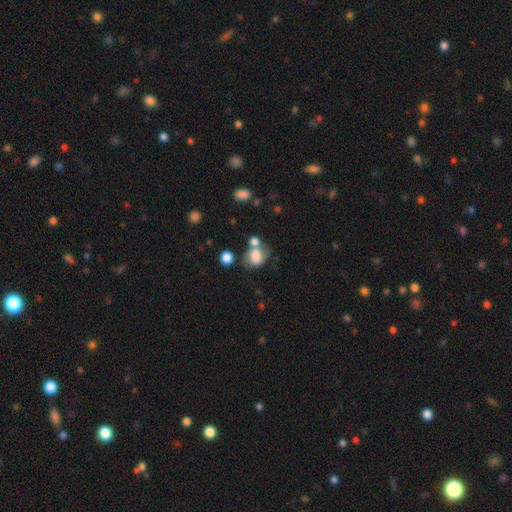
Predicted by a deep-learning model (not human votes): The model was most divided on "merging": none: 39%, merger: 29%, minor disturbance: 20%, major disturbance: 11%. More confident: smooth or featured — smooth (70%); how rounded — in between (56%).